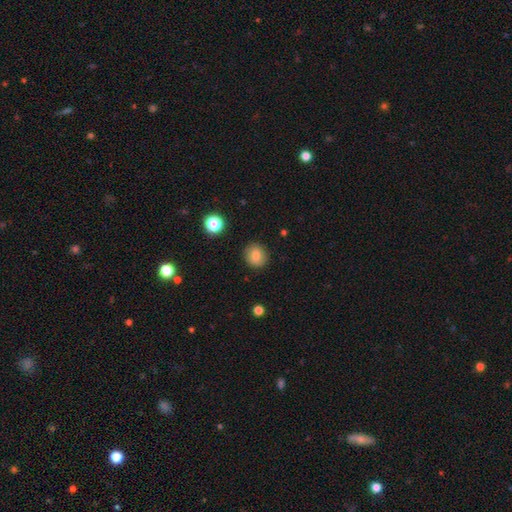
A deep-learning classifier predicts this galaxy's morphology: Q: Smooth or featured?
A: smooth (82%); runner-up: star or artifact (10%)
Q: How rounded?
A: round (83%); runner-up: in between (16%)
Q: Merging?
A: none (88%); runner-up: minor disturbance (8%)